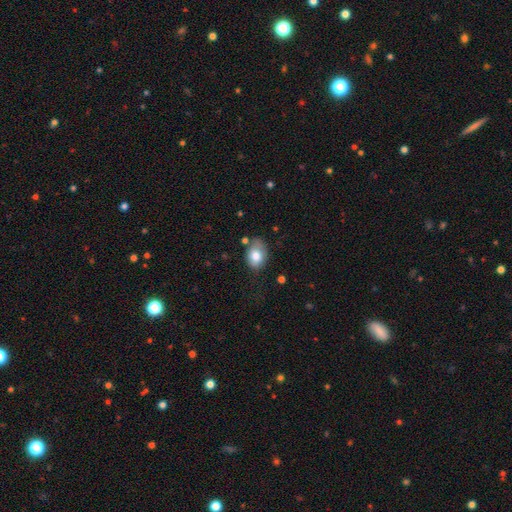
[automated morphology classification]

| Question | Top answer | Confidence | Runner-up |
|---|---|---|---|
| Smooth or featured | smooth | 80% | featured or disk (12%) |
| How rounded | in between | 76% | round (23%) |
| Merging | none | 60% | minor disturbance (27%) |